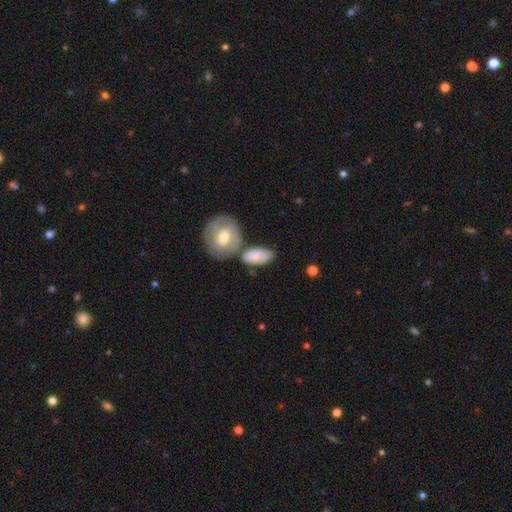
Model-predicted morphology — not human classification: Smooth or featured: smooth — 65% (featured or disk — 28%)
How rounded: in between — 86% (round — 11%)
Merging: none — 48% (merger — 22%)